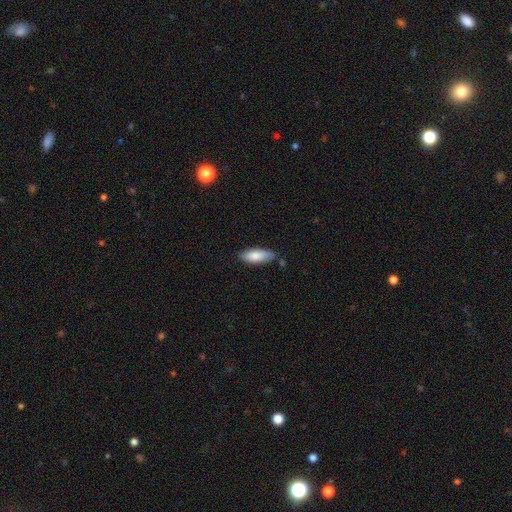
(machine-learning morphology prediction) type=smooth (82%); roundness=in between (71%); merging=none (78%).